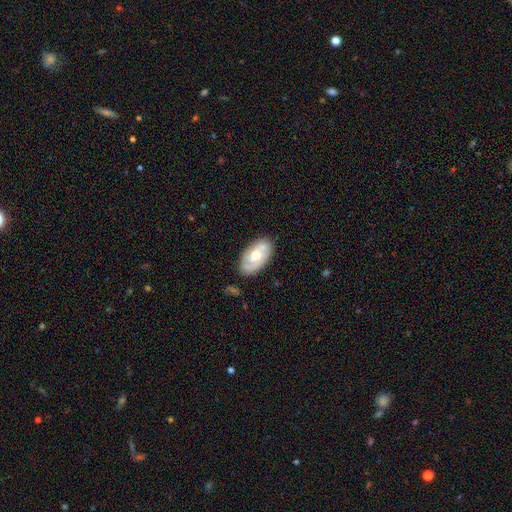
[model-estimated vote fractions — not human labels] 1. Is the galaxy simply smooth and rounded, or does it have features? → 65% featured or disk, 29% smooth, 6% star or artifact.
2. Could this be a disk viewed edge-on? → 94% no, 6% yes.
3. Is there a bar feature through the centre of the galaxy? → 65% no, 31% weak, 5% strong.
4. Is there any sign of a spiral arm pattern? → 87% yes, 13% no.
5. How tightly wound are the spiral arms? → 45% tight, 40% medium, 16% loose.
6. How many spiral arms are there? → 54% 2, 24% can't tell, 11% 3, 7% 1, 2% 4, 2% more than 4.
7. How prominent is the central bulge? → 64% moderate, 27% small, 6% large, 2% none, 1% dominant.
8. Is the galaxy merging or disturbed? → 76% none, 18% minor disturbance, 4% major disturbance, 2% merger.